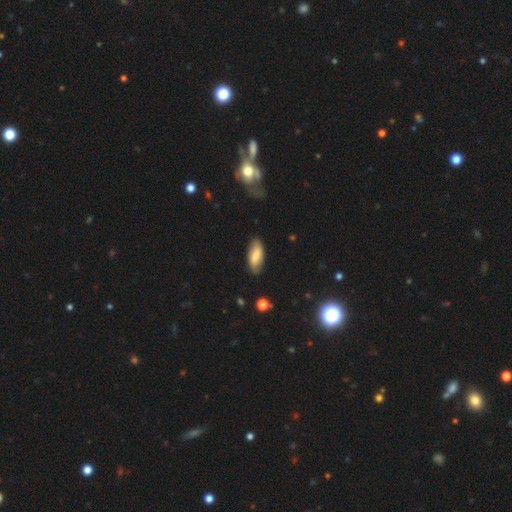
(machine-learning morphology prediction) type=smooth (70%); roundness=in between (82%); merging=none (80%).